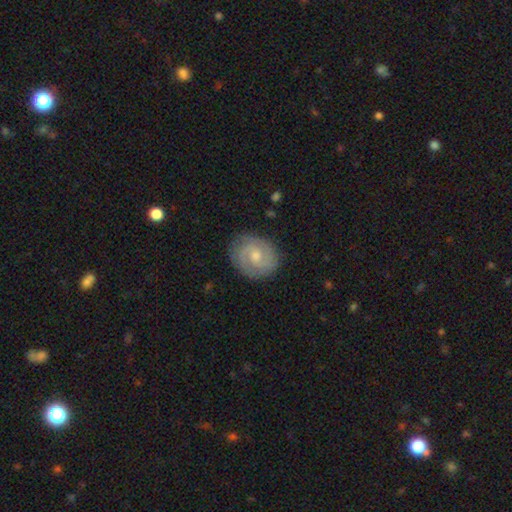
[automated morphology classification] Smooth or featured?
  - featured or disk: 76% *
  - smooth: 18%
  - star or artifact: 6%
Edge-on disk?
  - no: 98% *
  - yes: 2%
Bar?
  - no: 55% *
  - weak: 40%
  - strong: 5%
Spiral arms?
  - yes: 94% *
  - no: 6%
Spiral winding?
  - tight: 59% *
  - medium: 34%
  - loose: 7%
Spiral arm count?
  - 2: 75% *
  - can't tell: 12%
  - 3: 7%
  - 1: 3%
  - 4: 2%
  - more than 4: 2%
Bulge size?
  - moderate: 54% *
  - small: 39%
  - none: 3%
  - large: 3%
  - dominant: 1%
Merging?
  - none: 83% *
  - minor disturbance: 12%
  - major disturbance: 3%
  - merger: 1%